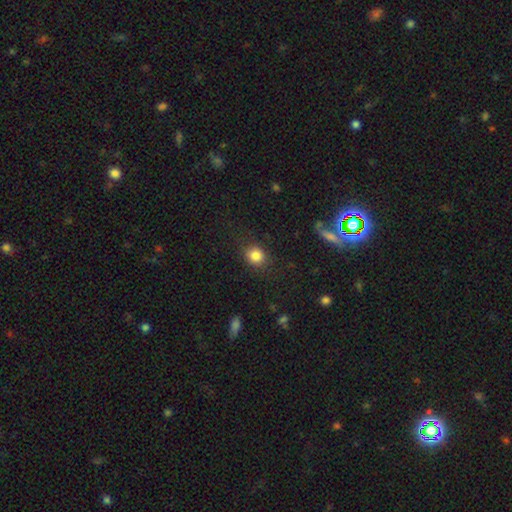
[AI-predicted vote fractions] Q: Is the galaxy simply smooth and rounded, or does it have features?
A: smooth — 84%.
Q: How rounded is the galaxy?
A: round — 77%.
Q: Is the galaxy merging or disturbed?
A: none — 85%.